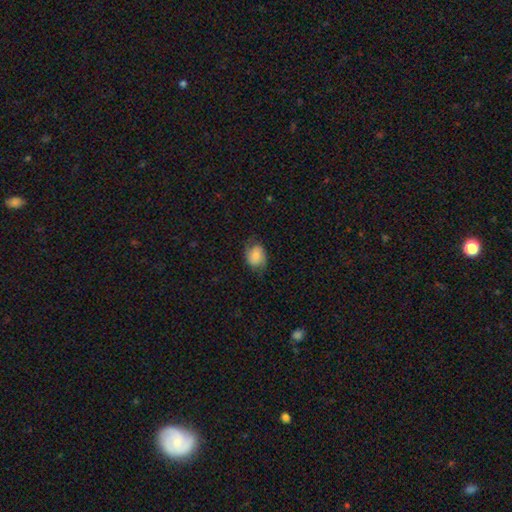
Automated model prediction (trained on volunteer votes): The model was most divided on "how rounded": in between: 60%, round: 39%, cigar-shaped: 1%. More confident: merging — none (66%); smooth or featured — smooth (63%).